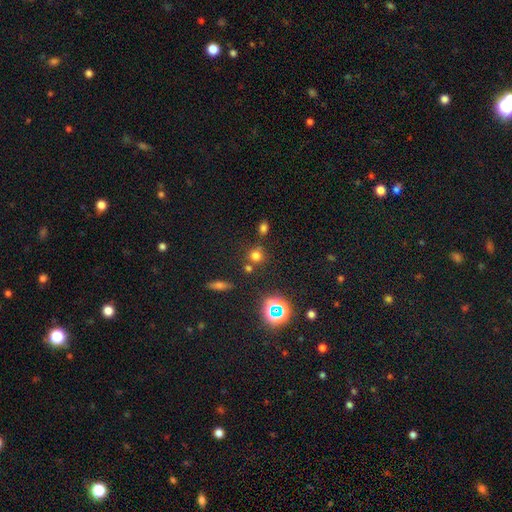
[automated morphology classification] The model was most divided on "smooth or featured": smooth: 65%, star or artifact: 27%, featured or disk: 8%. More confident: how rounded — round (85%); merging — none (71%).